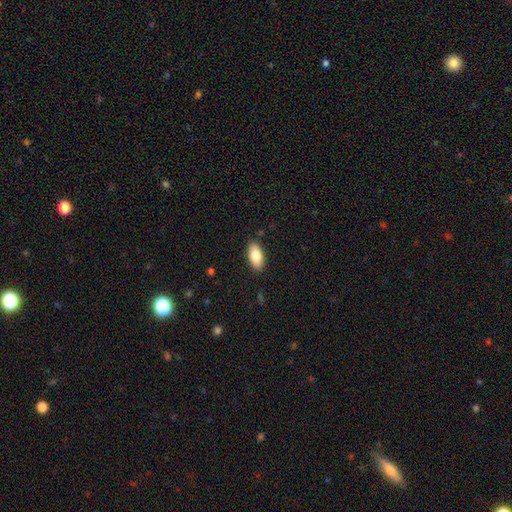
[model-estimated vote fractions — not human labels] Smooth or featured? Predicted: smooth (p=0.83). How rounded? Predicted: in between (p=0.90). Merging? Predicted: none (p=0.88).